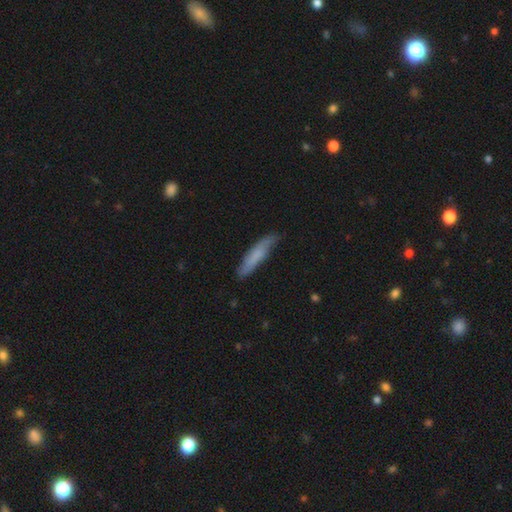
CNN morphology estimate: A smooth galaxy with no disk features (67%) that is cigar-shaped (84%).

Vote fractions:
- Smooth or featured? smooth: 67% / featured or disk: 26% / star or artifact: 6%
- How rounded? cigar-shaped: 84% / in between: 15% / round: 2%
- Merging? none: 74% / minor disturbance: 20% / major disturbance: 4% / merger: 2%